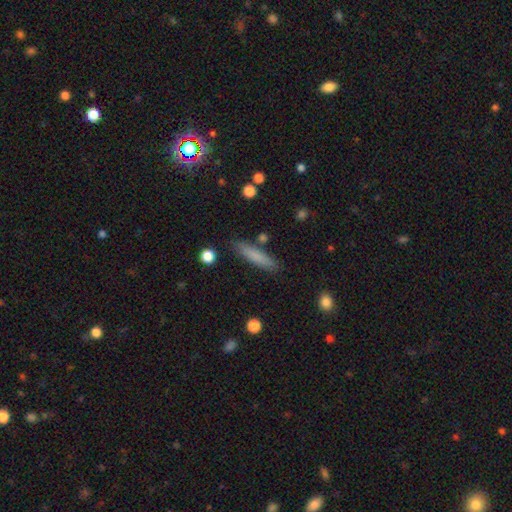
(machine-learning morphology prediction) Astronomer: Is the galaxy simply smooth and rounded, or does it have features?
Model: smooth — 78%.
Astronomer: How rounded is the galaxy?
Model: cigar-shaped — 86%.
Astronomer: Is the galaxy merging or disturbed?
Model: none — 84%.